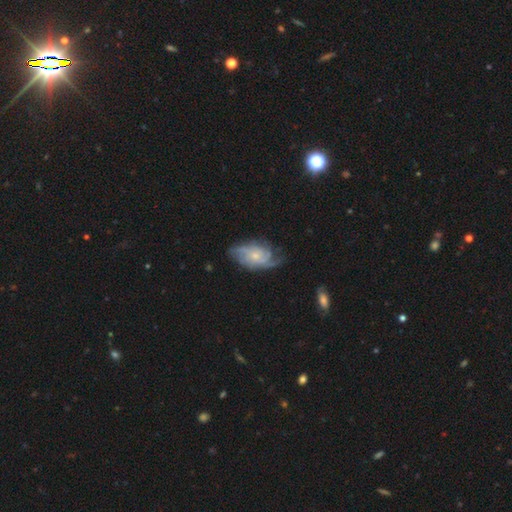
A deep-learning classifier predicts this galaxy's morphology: Smooth or featured: featured or disk — 78% (smooth — 16%)
Edge-on disk: no — 96% (yes — 4%)
Bar: no — 76% (weak — 21%)
Spiral arms: yes — 93% (no — 7%)
Spiral winding: medium — 41% (tight — 40%)
Spiral arm count: can't tell — 29% (2 — 27%)
Bulge size: small — 64% (moderate — 29%)
Merging: none — 62% (minor disturbance — 24%)